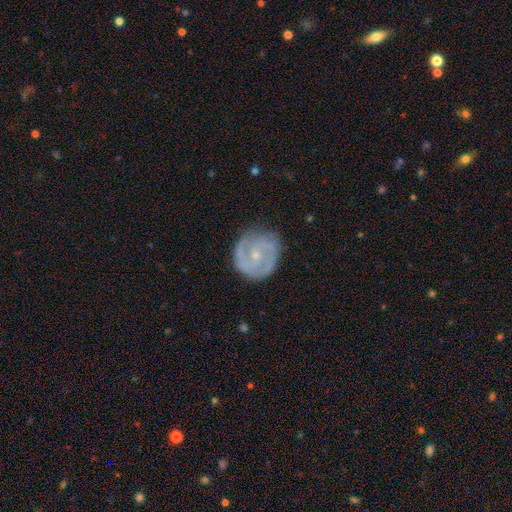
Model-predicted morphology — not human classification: A featured or disk galaxy (77%) with no bar (60%), 2 (58%) tight (49%) spiral arms (90%) and a small central bulge (75%). Merging: none (78%).